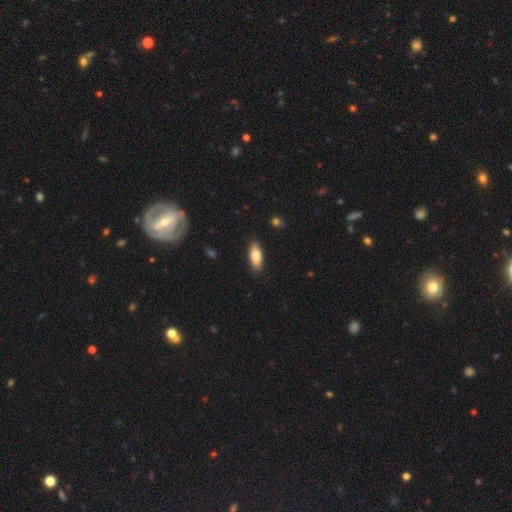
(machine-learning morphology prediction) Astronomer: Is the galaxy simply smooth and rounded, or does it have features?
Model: smooth — 83%.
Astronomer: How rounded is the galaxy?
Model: in between — 76%.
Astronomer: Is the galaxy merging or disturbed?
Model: none — 87%.